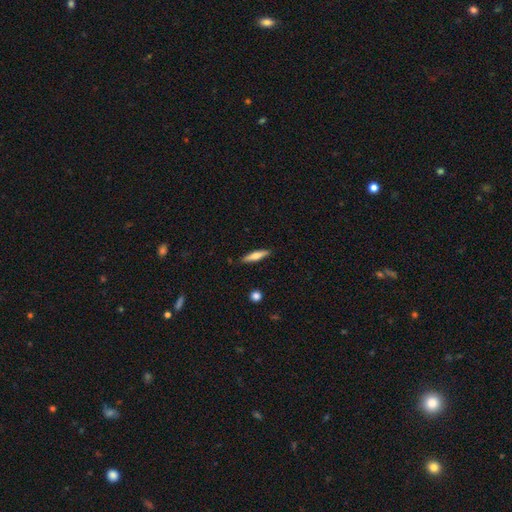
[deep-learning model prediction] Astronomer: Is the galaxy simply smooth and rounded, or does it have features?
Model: smooth — 60%.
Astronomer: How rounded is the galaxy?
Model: cigar-shaped — 81%.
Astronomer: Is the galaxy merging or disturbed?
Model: none — 89%.